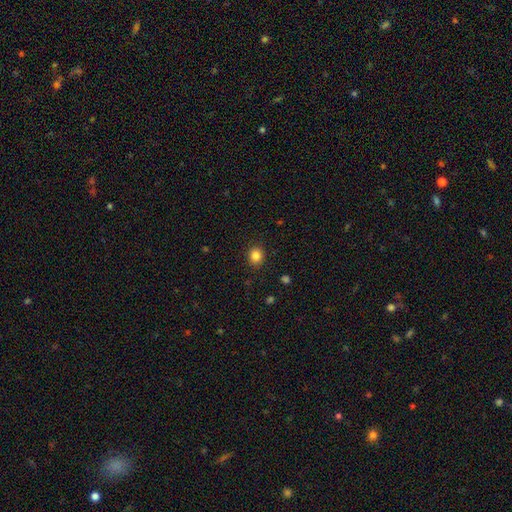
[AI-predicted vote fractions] This appears to be a smooth galaxy with no disk features (84%) that is round (78%). Merging: none (91%).